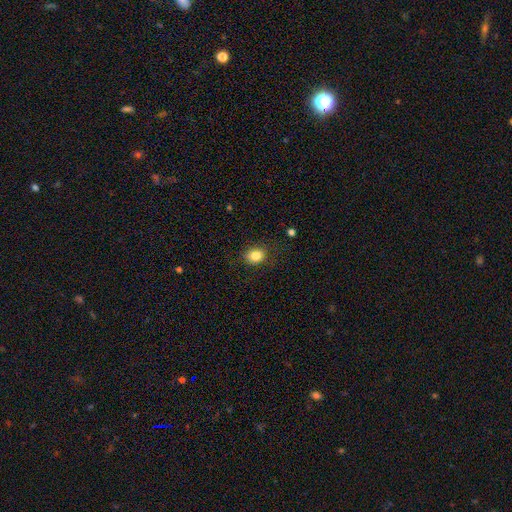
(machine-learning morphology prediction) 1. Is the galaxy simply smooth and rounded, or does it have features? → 84% smooth, 10% star or artifact, 6% featured or disk.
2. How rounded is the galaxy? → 51% in between, 48% round, 1% cigar-shaped.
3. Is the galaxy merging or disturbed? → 80% none, 14% minor disturbance, 5% major disturbance, 1% merger.